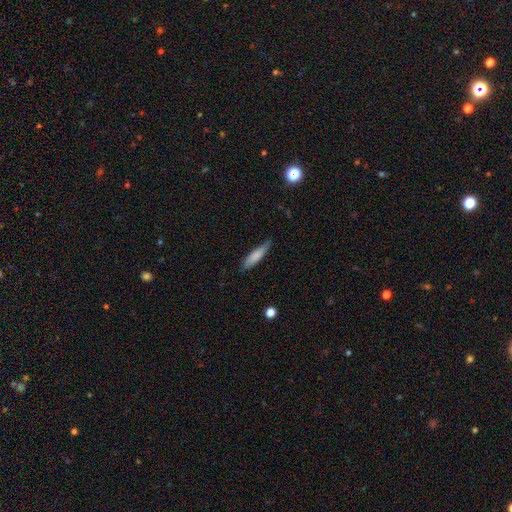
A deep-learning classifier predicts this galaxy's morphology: Smooth or featured: smooth — 78% (featured or disk — 16%)
How rounded: cigar-shaped — 76% (in between — 22%)
Merging: none — 77% (minor disturbance — 19%)